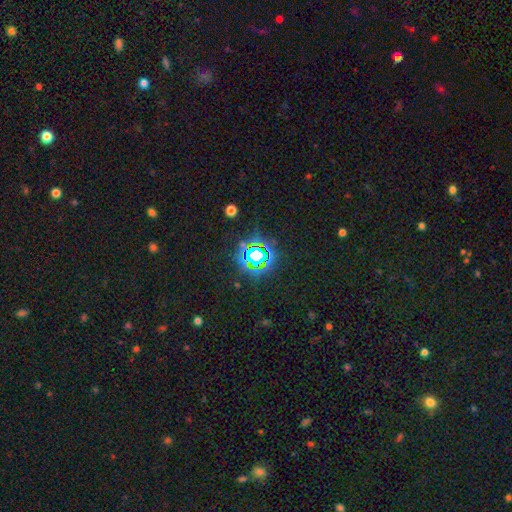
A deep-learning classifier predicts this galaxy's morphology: Smooth or featured? Predicted: star or artifact (p=0.73).